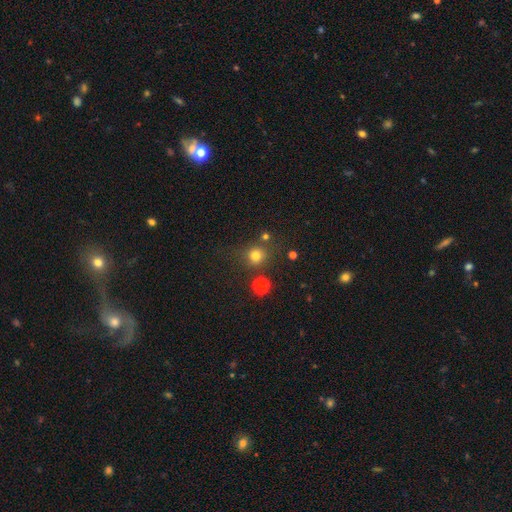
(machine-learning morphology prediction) Smooth or featured? smooth (75%)
How rounded? round (89%)
Merging? none (77%)